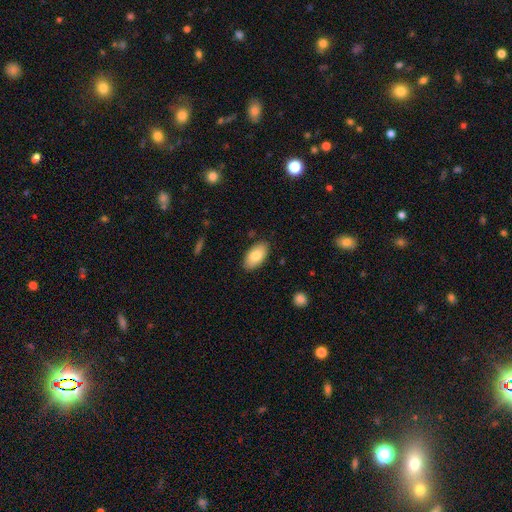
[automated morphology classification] Smooth or featured: smooth — 81% (featured or disk — 13%)
How rounded: in between — 95% (round — 3%)
Merging: none — 85% (minor disturbance — 11%)